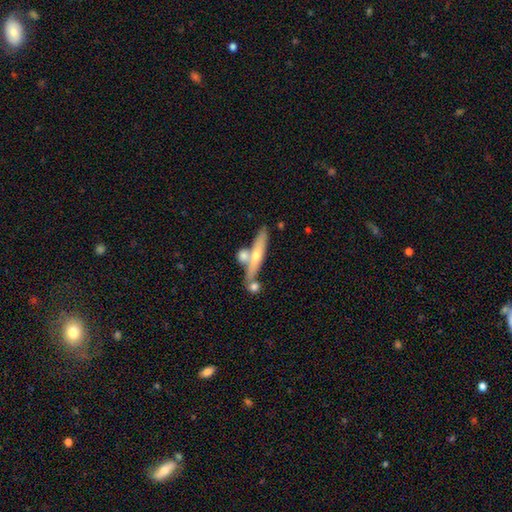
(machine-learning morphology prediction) Overall: featured or disk (51%; smooth 42%). Edge-on disk: yes (87%). Merging: none (59%; merger 24%).